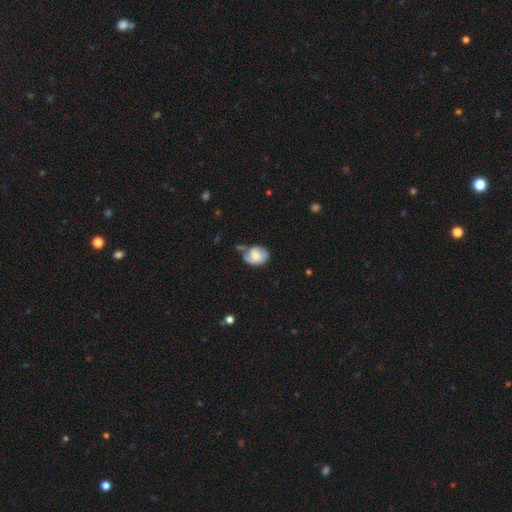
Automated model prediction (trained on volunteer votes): smooth_or_featured: smooth (p=0.56) [alt: featured or disk p=0.36]
how_rounded: in between (p=0.59) [alt: round p=0.40]
merging: none (p=0.46) [alt: minor disturbance p=0.33]